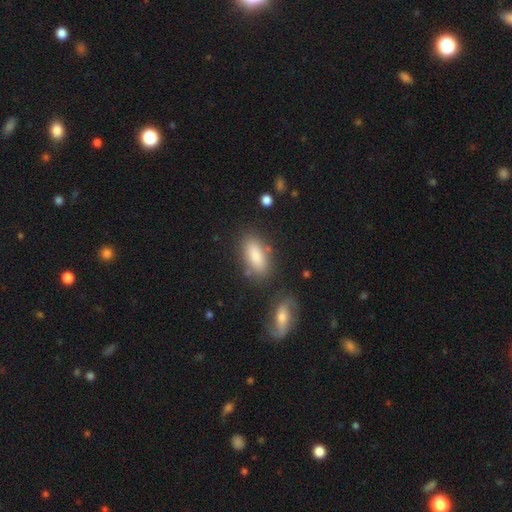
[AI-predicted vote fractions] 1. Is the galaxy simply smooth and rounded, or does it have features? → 85% smooth, 9% featured or disk, 7% star or artifact.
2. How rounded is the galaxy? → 83% in between, 14% cigar-shaped, 3% round.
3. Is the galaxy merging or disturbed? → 74% none, 13% minor disturbance, 8% merger, 5% major disturbance.